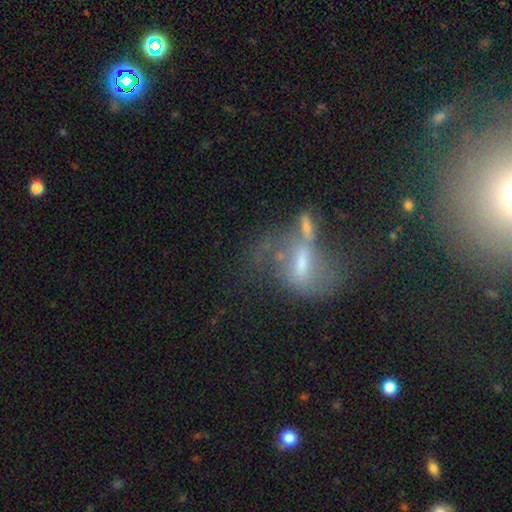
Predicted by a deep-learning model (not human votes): Smooth or featured?
  - featured or disk: 60% *
  - smooth: 22%
  - star or artifact: 18%
Edge-on disk?
  - no: 89% *
  - yes: 11%
Bar?
  - weak: 43% *
  - no: 32%
  - strong: 25%
Spiral arms?
  - yes: 60% *
  - no: 40%
Bulge size?
  - moderate: 42% *
  - small: 36%
  - none: 13%
  - large: 6%
  - dominant: 2%
Merging?
  - none: 29% *
  - major disturbance: 28%
  - merger: 27%
  - minor disturbance: 15%